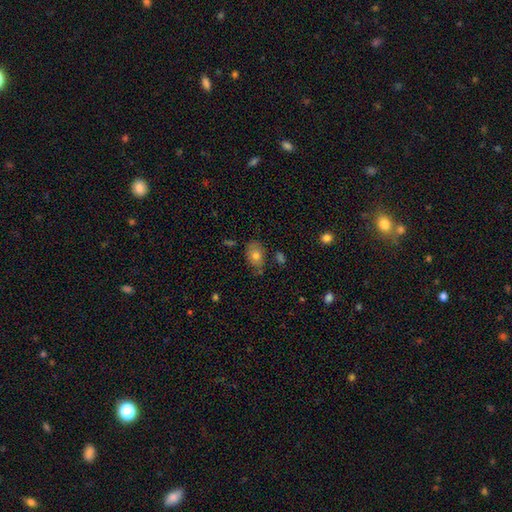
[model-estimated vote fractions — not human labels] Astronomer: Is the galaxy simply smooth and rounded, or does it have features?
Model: smooth — 75%.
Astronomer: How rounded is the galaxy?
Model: in between — 81%.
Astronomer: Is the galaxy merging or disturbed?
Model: none — 69%.